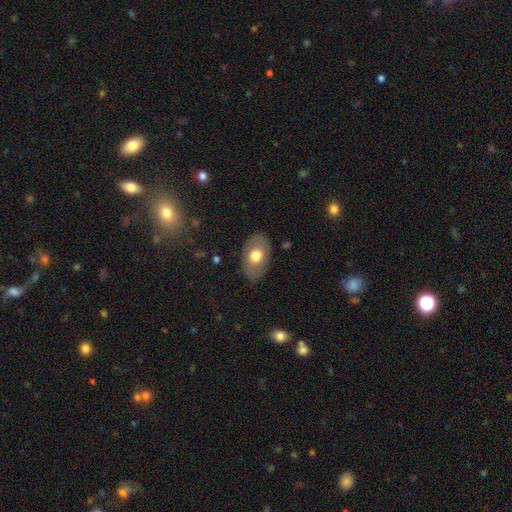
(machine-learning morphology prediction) Smooth or featured?
  - smooth: 65% *
  - featured or disk: 29%
  - star or artifact: 6%
How rounded?
  - in between: 86% *
  - round: 12%
  - cigar-shaped: 1%
Merging?
  - none: 82% *
  - minor disturbance: 13%
  - major disturbance: 4%
  - merger: 1%